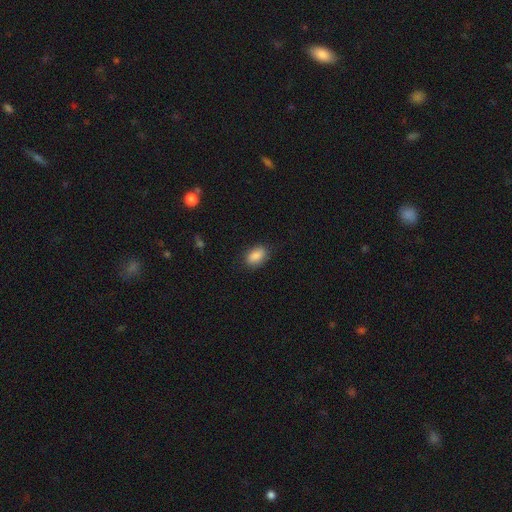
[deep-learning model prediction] Smooth or featured?
  - smooth: 88% *
  - star or artifact: 7%
  - featured or disk: 5%
How rounded?
  - in between: 89% *
  - round: 9%
  - cigar-shaped: 2%
Merging?
  - none: 83% *
  - minor disturbance: 13%
  - major disturbance: 3%
  - merger: 1%